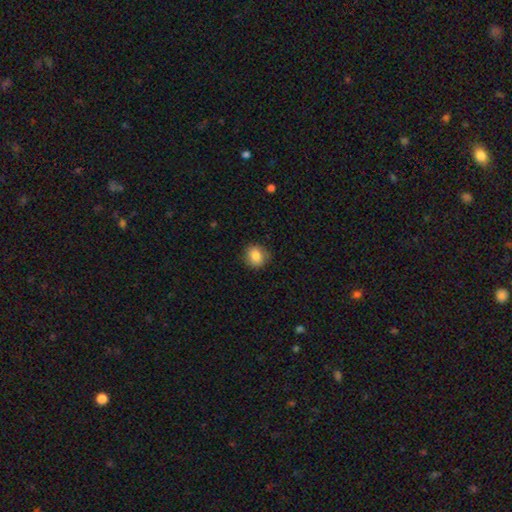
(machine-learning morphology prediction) Smooth or featured? Predicted: smooth (p=0.84). How rounded? Predicted: round (p=0.79). Merging? Predicted: none (p=0.84).